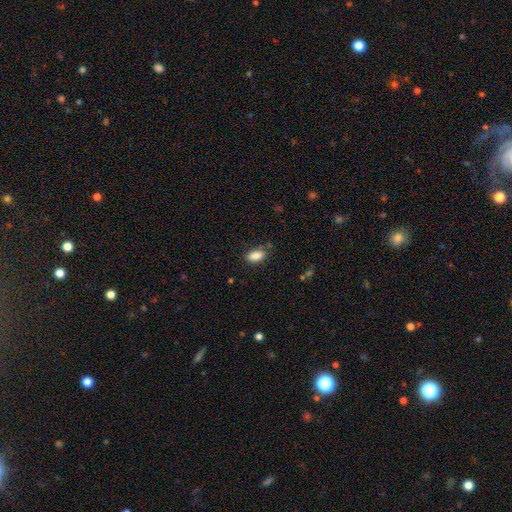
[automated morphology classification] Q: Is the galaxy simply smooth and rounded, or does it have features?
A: smooth — 88%.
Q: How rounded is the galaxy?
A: in between — 91%.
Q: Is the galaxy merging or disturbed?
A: none — 78%.